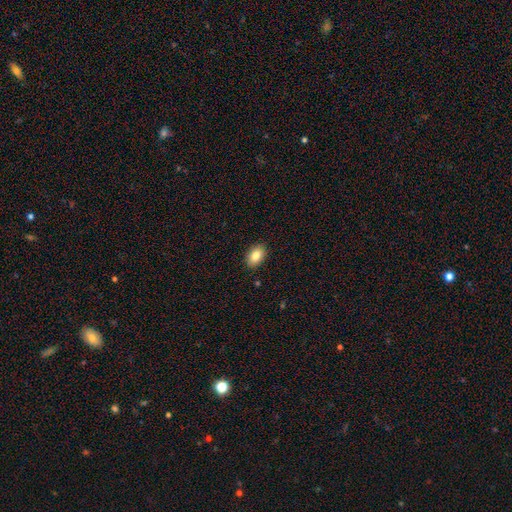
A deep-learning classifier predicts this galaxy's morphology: The model was most divided on "smooth or featured": smooth: 84%, featured or disk: 8%, star or artifact: 8%. More confident: merging — none (90%); how rounded — in between (88%).